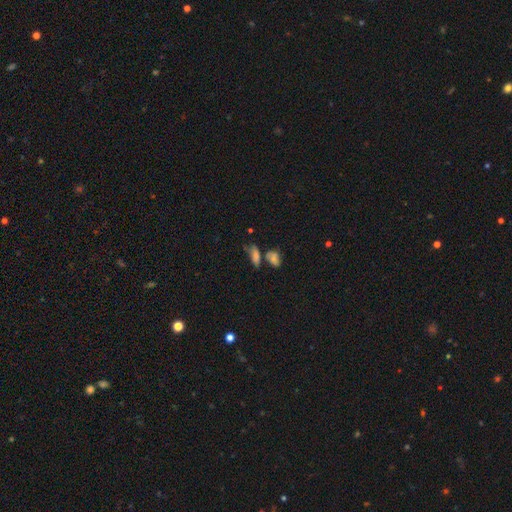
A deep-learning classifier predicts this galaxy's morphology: A smooth galaxy with no disk features (62%) that is in between round and cigar-shaped (62%). Merging: none (48%).